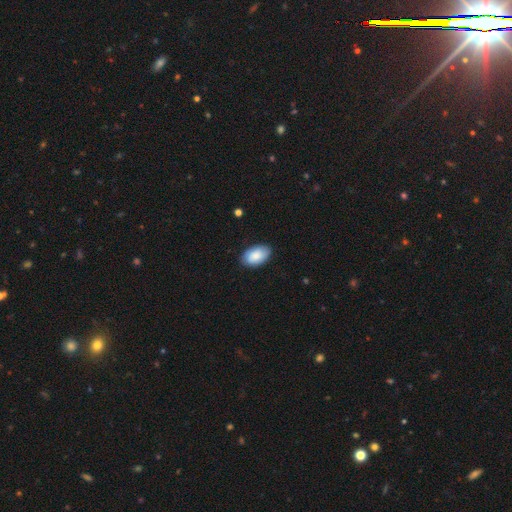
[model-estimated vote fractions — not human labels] Smooth or featured? smooth (82%)
How rounded? in between (93%)
Merging? none (84%)